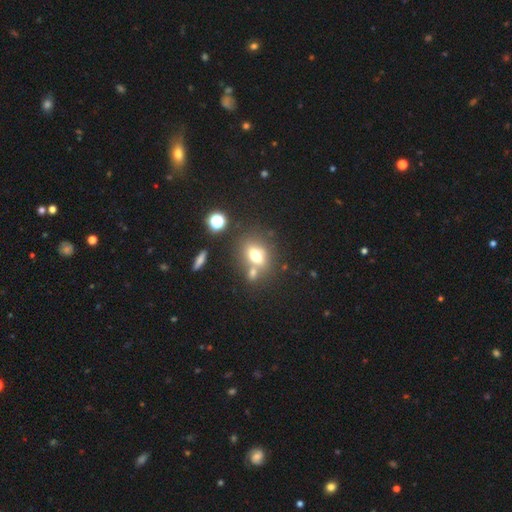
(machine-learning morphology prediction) This appears to be a smooth galaxy with no disk features (65%) that is in between round and cigar-shaped (63%). Merging: none (54%).